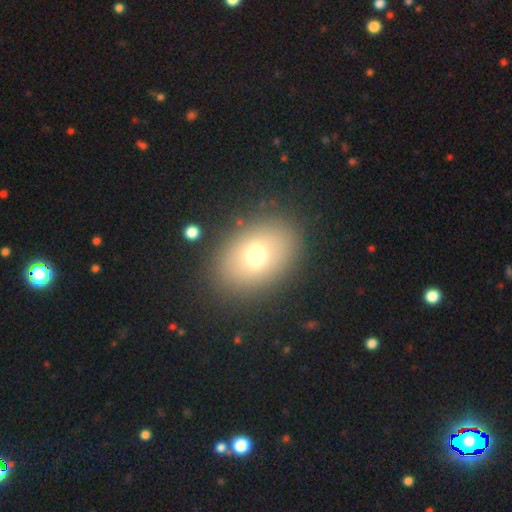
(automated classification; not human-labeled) smooth_or_featured: smooth (p=0.68) [alt: featured or disk p=0.19]
how_rounded: in between (p=0.72) [alt: round p=0.26]
merging: none (p=0.85) [alt: minor disturbance p=0.09]